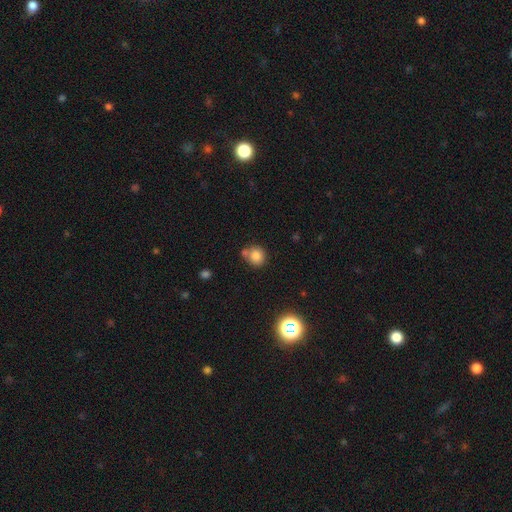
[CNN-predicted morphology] This is clearly a smooth galaxy (81%). How rounded: clearly round (85%). Merging: possibly none (59%).